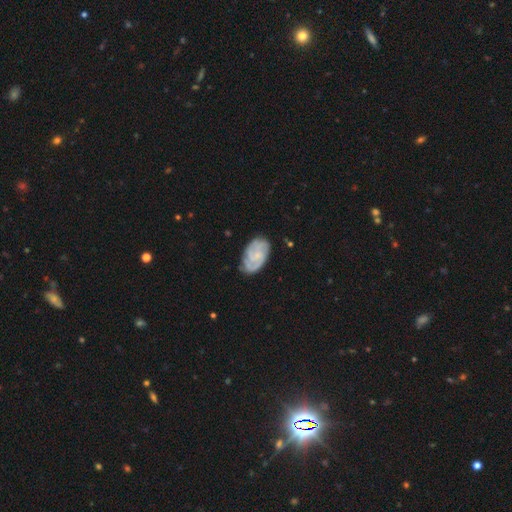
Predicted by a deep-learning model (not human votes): Overall: featured or disk (75%). Edge-on disk: no (97%). Bar: no (67%; weak 29%). Spiral arms: yes (95%). Spiral arm count: 3 (32%; can't tell 25%). Spiral winding: tight (60%; medium 32%). Bulge size: small (53%; none 25%). Merging: none (75%).